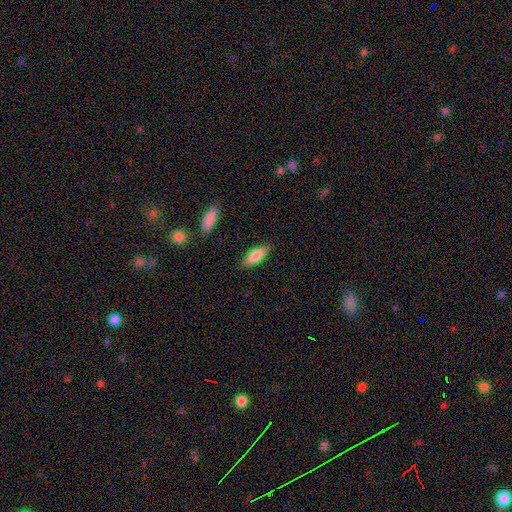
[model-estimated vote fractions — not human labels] A smooth galaxy with no disk features (71%) that is in between round and cigar-shaped (64%).

Vote fractions:
- Smooth or featured? smooth: 71% / featured or disk: 23% / star or artifact: 6%
- How rounded? in between: 64% / cigar-shaped: 34% / round: 2%
- Merging? none: 84% / minor disturbance: 12% / major disturbance: 3% / merger: 2%